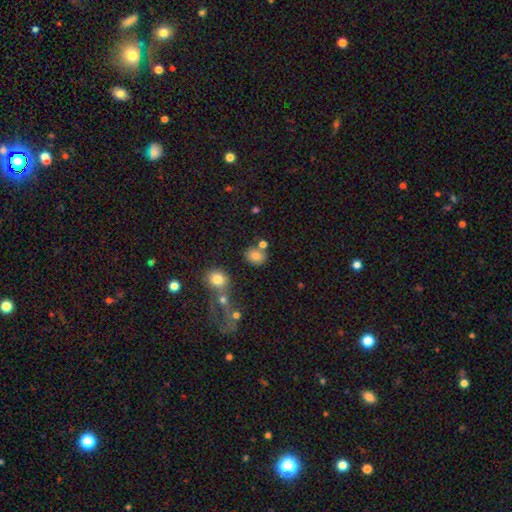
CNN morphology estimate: The model was most divided on "how rounded": round: 64%, in between: 35%, cigar-shaped: 1%. More confident: smooth or featured — smooth (79%); merging — none (66%).